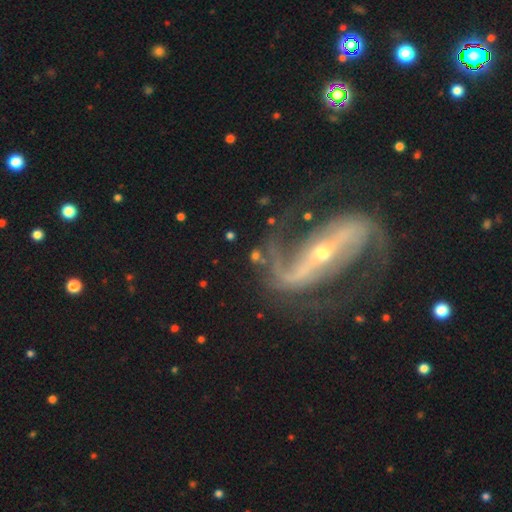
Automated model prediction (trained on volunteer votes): featured or disk 55%, smooth 30%, star or artifact 14%. Down the decision tree: edge-on disk — no (90%); bar — no (40%); spiral arms — yes (71%); bulge size — small (39%, tied with moderate); merging — none (56%).